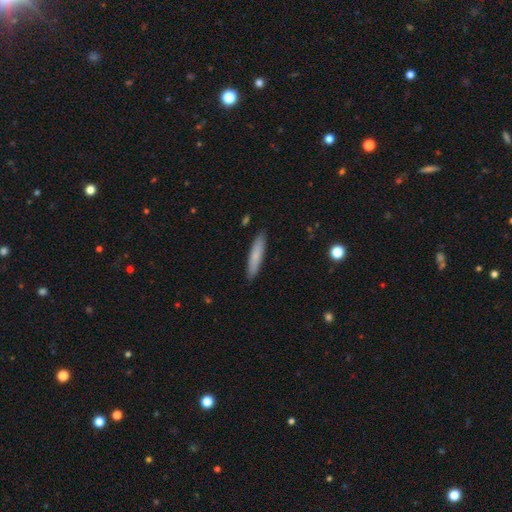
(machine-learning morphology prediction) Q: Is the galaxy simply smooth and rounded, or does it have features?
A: smooth — 76%.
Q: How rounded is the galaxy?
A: cigar-shaped — 85%.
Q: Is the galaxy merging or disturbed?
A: none — 88%.